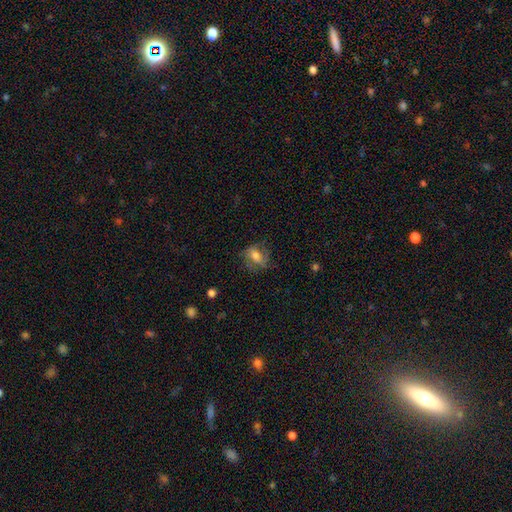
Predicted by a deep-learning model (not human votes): smooth-or-featured: smooth: 48% | featured or disk: 43% | star or artifact: 9%
  merging: none: 63% | minor disturbance: 22% | major disturbance: 14% | merger: 1%